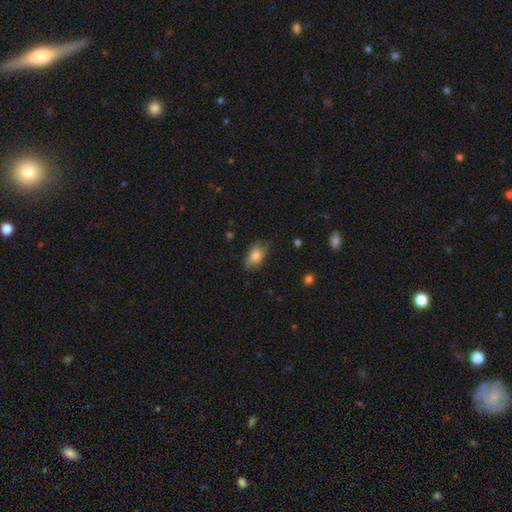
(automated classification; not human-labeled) A smooth galaxy with no disk features (79%) that is in between round and cigar-shaped (86%).

Vote fractions:
- Smooth or featured? smooth: 79% / featured or disk: 13% / star or artifact: 8%
- How rounded? in between: 86% / round: 10% / cigar-shaped: 4%
- Merging? none: 74% / minor disturbance: 21% / major disturbance: 4% / merger: 1%